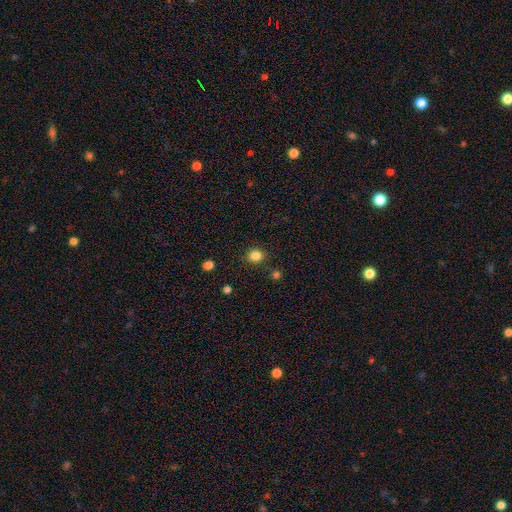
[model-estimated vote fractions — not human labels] smooth-or-featured: smooth: 84% | star or artifact: 12% | featured or disk: 4%
  how-rounded: round: 79% | in between: 20% | cigar-shaped: 1%
  merging: none: 87% | minor disturbance: 8% | major disturbance: 2% | merger: 2%